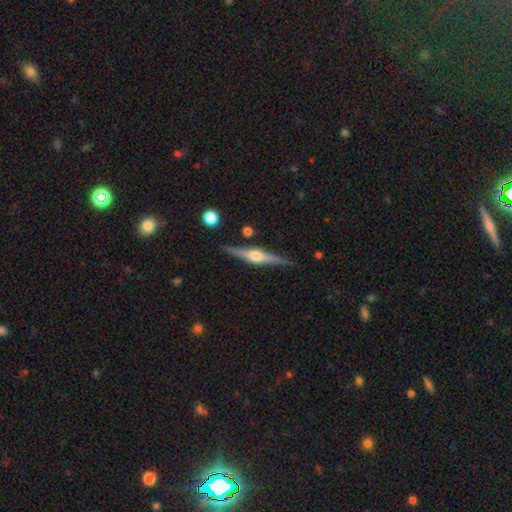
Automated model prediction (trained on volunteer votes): Morphology: type=featured or disk (83%); edge-on=yes (98%); edge-on bulge=rounded (91%); merging=none (88%).